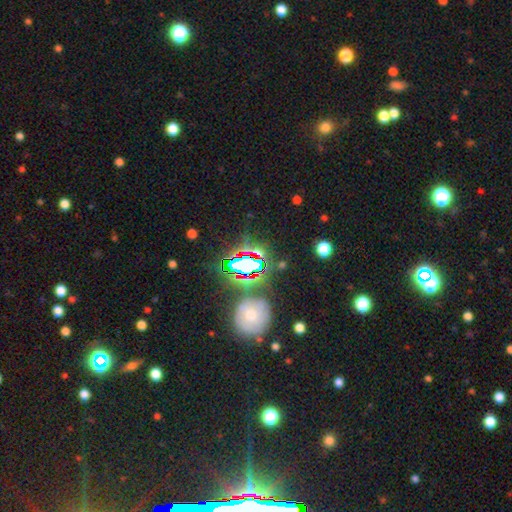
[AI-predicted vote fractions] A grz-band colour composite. It shows a star or artifact, not a galaxy (67%).